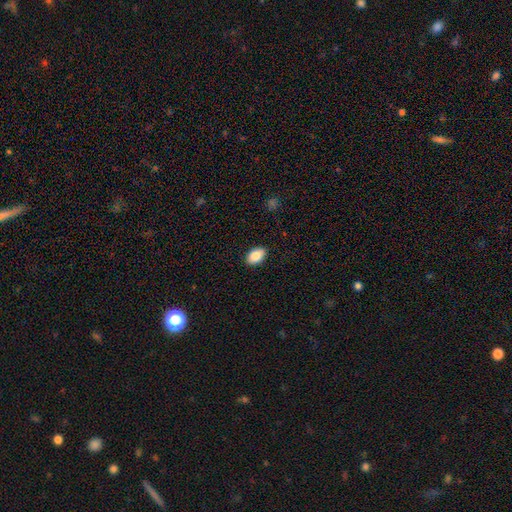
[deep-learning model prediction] smooth-or-featured: smooth: 87% | star or artifact: 7% | featured or disk: 6%
  how-rounded: in between: 91% | round: 7% | cigar-shaped: 1%
  merging: none: 89% | minor disturbance: 8% | major disturbance: 2% | merger: 1%